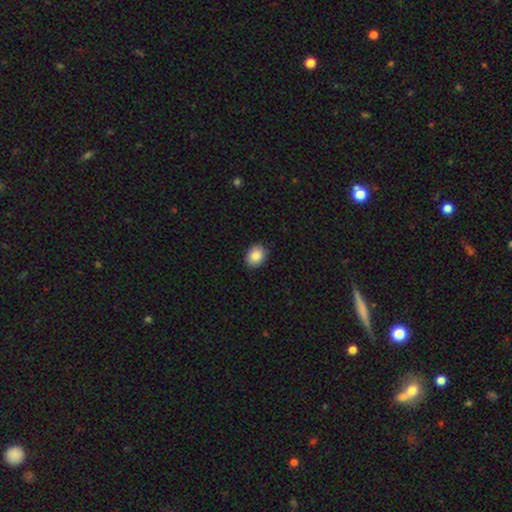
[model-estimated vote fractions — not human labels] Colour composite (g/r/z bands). It shows a smooth galaxy with no disk features (87%) that is in between round and cigar-shaped (53%). Merging: none (89%).